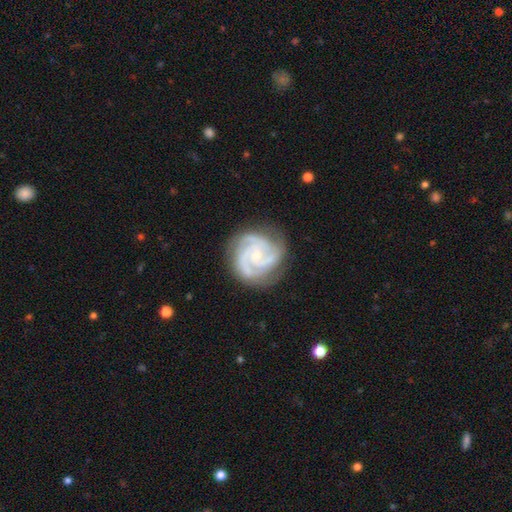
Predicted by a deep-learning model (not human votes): smooth_or_featured: featured or disk (p=0.92) [alt: smooth p=0.04]
disk_edge_on: no (p=0.99) [alt: yes p=0.01]
bar: no (p=0.67) [alt: weak p=0.27]
has_spiral_arms: yes (p=0.99) [alt: no p=0.01]
spiral_winding: tight (p=0.66) [alt: medium p=0.31]
spiral_arm_count: 3 (p=0.66) [alt: 2 p=0.11]
bulge_size: small (p=0.72) [alt: moderate p=0.21]
merging: none (p=0.79) [alt: minor disturbance p=0.15]